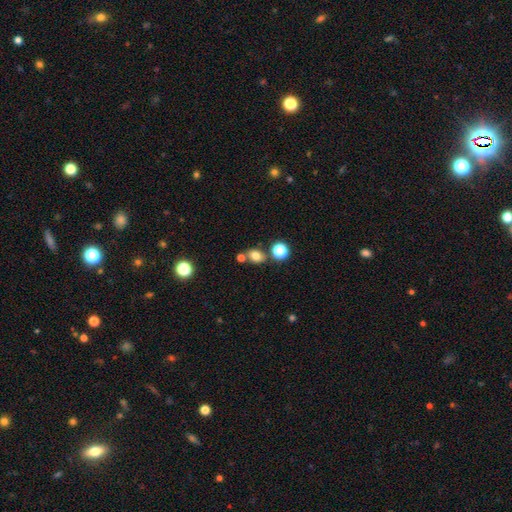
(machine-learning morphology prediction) smooth 76%, star or artifact 14%, featured or disk 10%. Down the decision tree: how rounded — in between (59%); merging — none (66%).